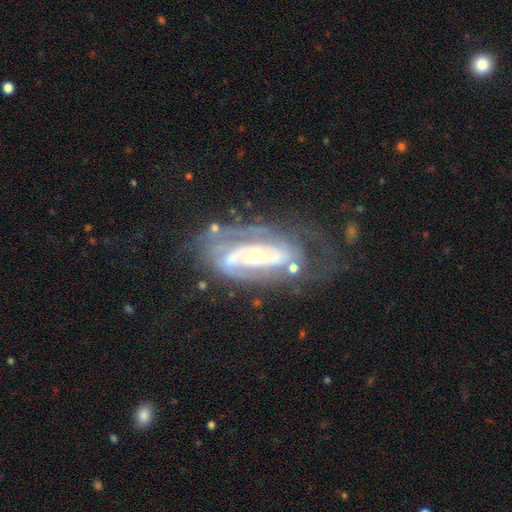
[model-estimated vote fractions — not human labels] A featured or disk galaxy (84%) with no bar (52%), 2 (52%) tight (54%) spiral arms (86%) and a moderate central bulge (52%).

Vote fractions:
- Smooth or featured? featured or disk: 84% / smooth: 10% / star or artifact: 6%
- Edge-on disk? no: 92% / yes: 8%
- Bar? no: 52% / weak: 25% / strong: 23%
- Spiral arms? yes: 86% / no: 14%
- Spiral winding? tight: 54% / medium: 34% / loose: 13%
- Spiral arm count? 2: 52% / can't tell: 28% / 3: 9% / 1: 6% / 4: 3% / more than 4: 3%
- Bulge size? moderate: 52% / small: 41% / large: 5% / dominant: 1% / none: 1%
- Merging? none: 56% / minor disturbance: 21% / major disturbance: 19% / merger: 4%